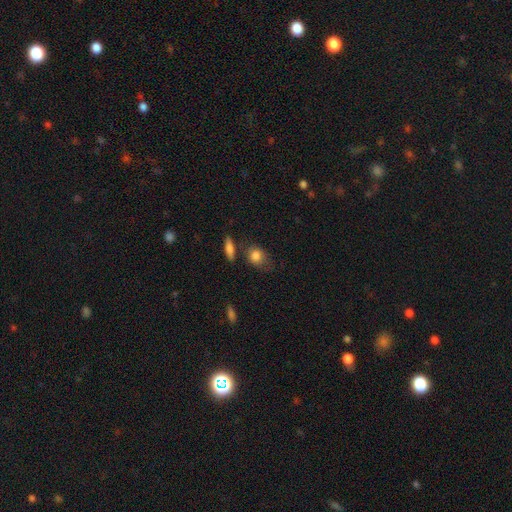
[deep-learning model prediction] smooth-or-featured: smooth: 83% | featured or disk: 9% | star or artifact: 8%
  how-rounded: in between: 50% | round: 46% | cigar-shaped: 3%
  merging: none: 58% | minor disturbance: 26% | major disturbance: 9% | merger: 8%